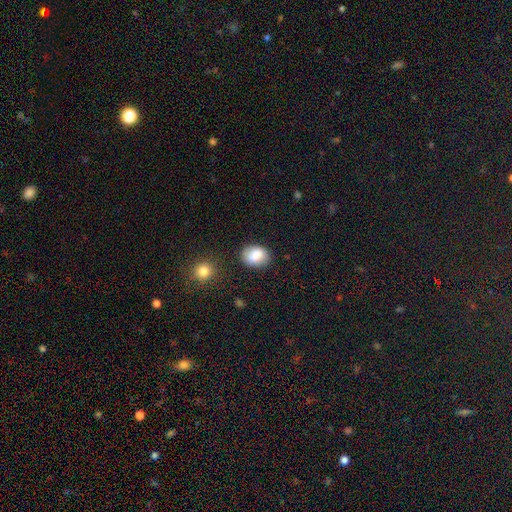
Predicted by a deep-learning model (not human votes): Smooth or featured? Predicted: smooth (p=0.84). How rounded? Predicted: in between (p=0.64). Merging? Predicted: none (p=0.81).